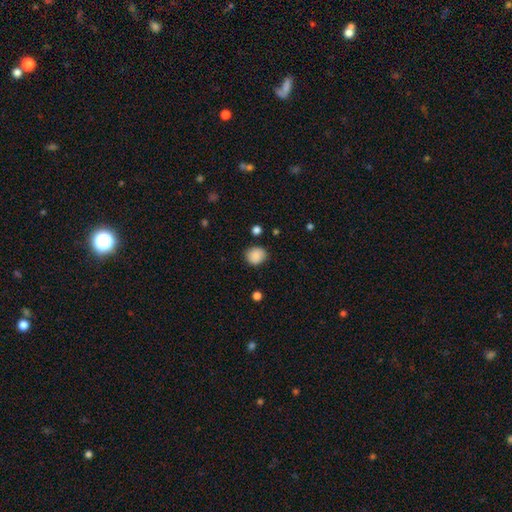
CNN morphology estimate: A smooth galaxy with no disk features (87%) that is round (75%). Merging: none (79%).